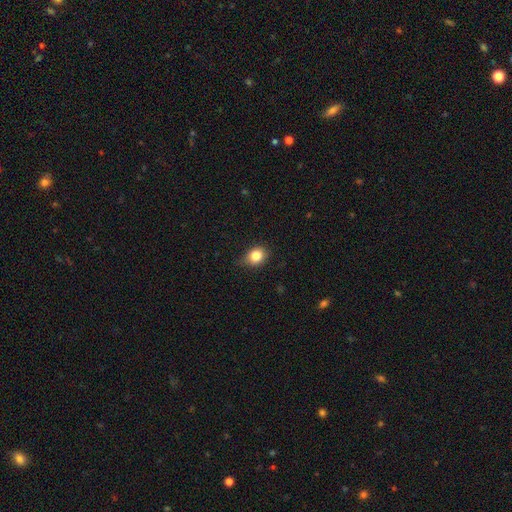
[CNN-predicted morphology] This is clearly a smooth galaxy (82%). How rounded: possibly round (54%). Merging: likely none (71%).